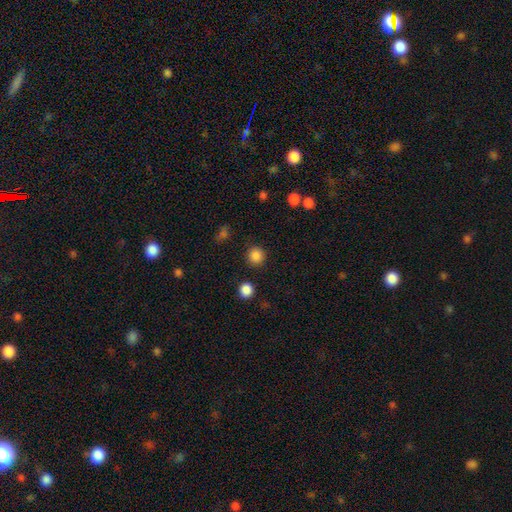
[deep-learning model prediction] smooth 86%, star or artifact 11%, featured or disk 3%. Down the decision tree: how rounded — round (94%); merging — none (90%).